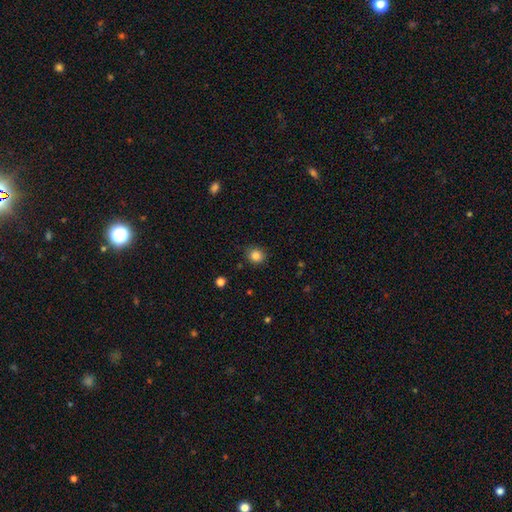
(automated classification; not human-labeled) The model was most divided on "how rounded": round: 84%, in between: 15%, cigar-shaped: 1%. More confident: merging — none (88%); smooth or featured — smooth (85%).